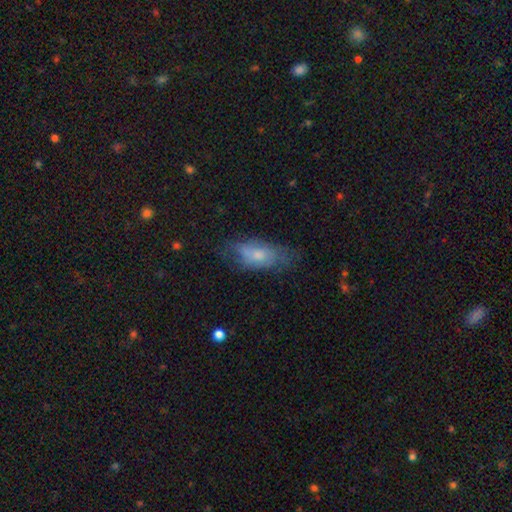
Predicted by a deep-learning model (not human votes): Overall: smooth (52%; featured or disk 37%). How rounded: in between (76%). Merging: none (66%).